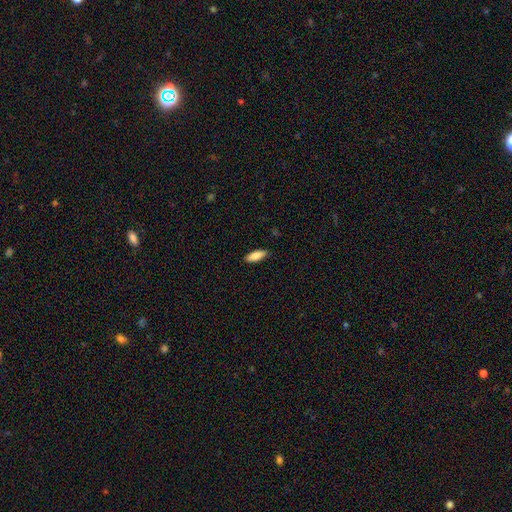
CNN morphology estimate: This is clearly a smooth galaxy (86%). How rounded: likely in between (70%). Merging: clearly none (86%).